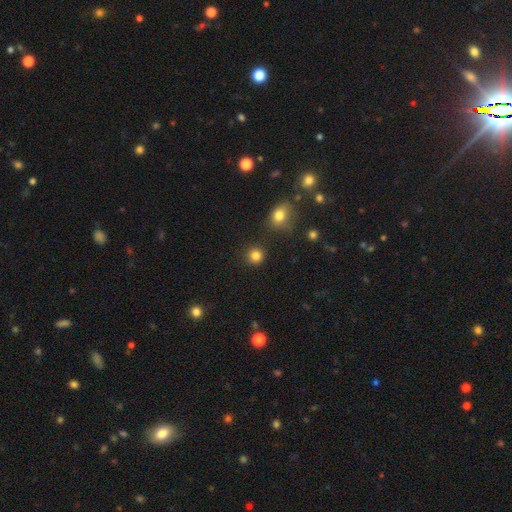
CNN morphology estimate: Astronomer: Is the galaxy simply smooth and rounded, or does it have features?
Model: smooth — 84%.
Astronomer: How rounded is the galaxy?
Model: round — 92%.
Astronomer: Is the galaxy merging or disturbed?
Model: none — 89%.